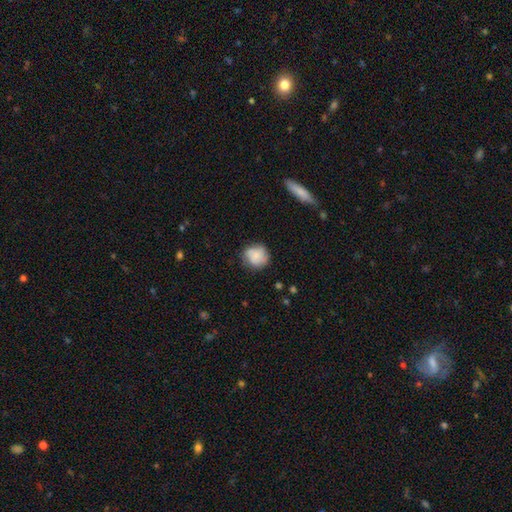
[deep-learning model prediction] A smooth galaxy with no disk features (64%) that is round (83%). Merging: none (70%).